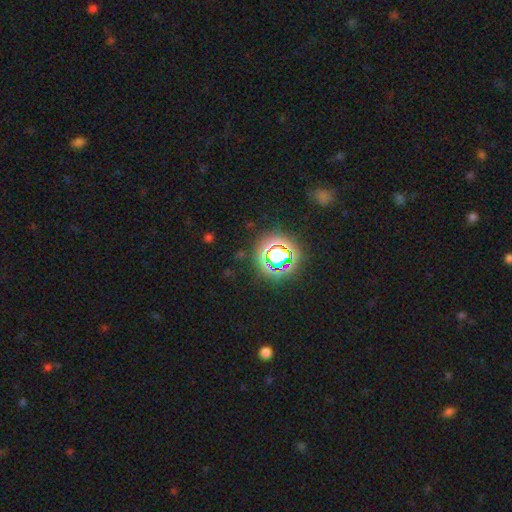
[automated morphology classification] This is clearly a star or artifact rather than a galaxy (80%).